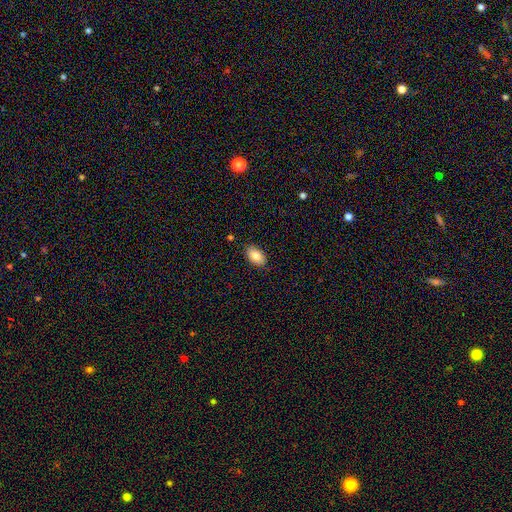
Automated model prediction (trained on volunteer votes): This appears to be a smooth galaxy with no disk features (83%) that is in between round and cigar-shaped (93%). Merging: none (86%).